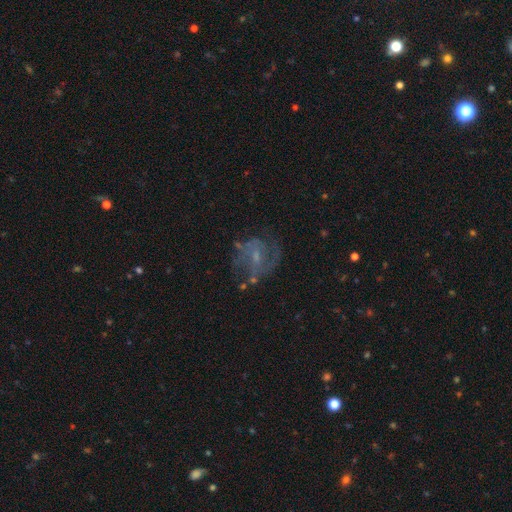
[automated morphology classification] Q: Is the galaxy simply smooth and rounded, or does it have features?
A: featured or disk — 72%.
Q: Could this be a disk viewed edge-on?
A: no — 97%.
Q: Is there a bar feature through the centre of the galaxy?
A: weak — 49%.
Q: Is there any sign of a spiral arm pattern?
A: yes — 80%.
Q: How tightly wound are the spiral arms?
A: medium — 49%.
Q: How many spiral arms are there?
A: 2 — 53%.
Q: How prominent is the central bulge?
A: small — 53%.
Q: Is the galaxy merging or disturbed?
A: none — 59%.